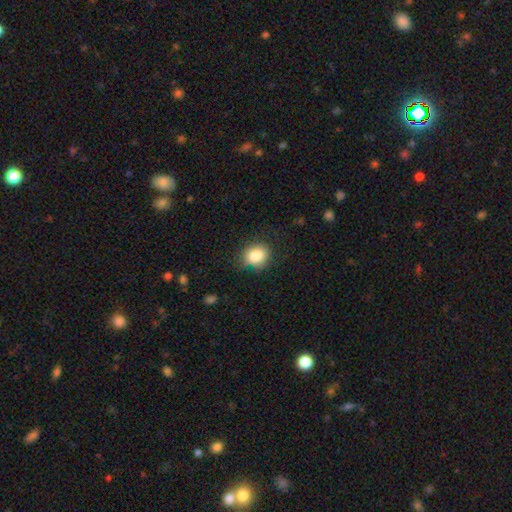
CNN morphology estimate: Smooth or featured?
  - smooth: 85% *
  - star or artifact: 9%
  - featured or disk: 6%
How rounded?
  - round: 68% *
  - in between: 31%
  - cigar-shaped: 1%
Merging?
  - none: 77% *
  - minor disturbance: 17%
  - major disturbance: 4%
  - merger: 1%